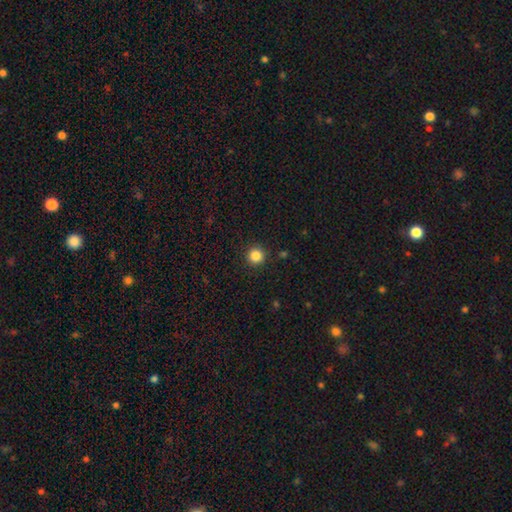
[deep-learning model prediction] A smooth galaxy with no disk features (85%) that is round (95%).

Vote fractions:
- Smooth or featured? smooth: 85% / star or artifact: 11% / featured or disk: 4%
- How rounded? round: 95% / in between: 4% / cigar-shaped: 1%
- Merging? none: 92% / minor disturbance: 5% / major disturbance: 2% / merger: 1%